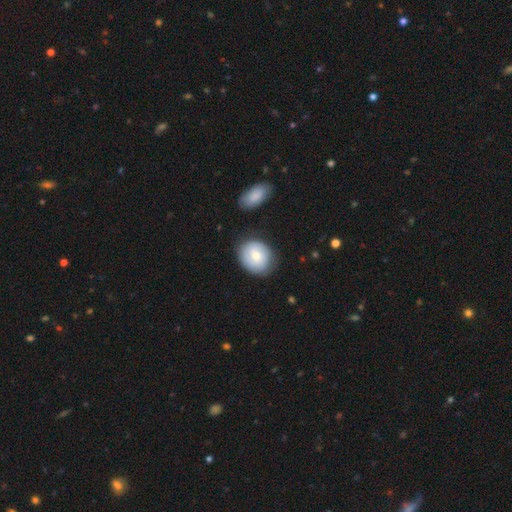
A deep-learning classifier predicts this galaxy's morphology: Smooth or featured? Predicted: smooth (p=0.68). How rounded? Predicted: round (p=0.68). Merging? Predicted: none (p=0.77).